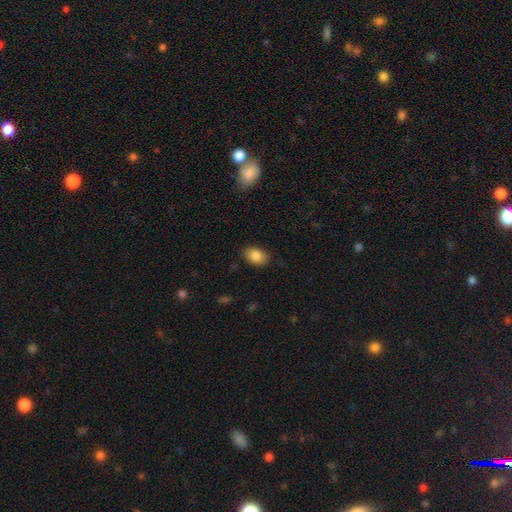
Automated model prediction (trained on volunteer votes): A smooth galaxy with no disk features (86%) that is in between round and cigar-shaped (82%). Merging: none (86%).